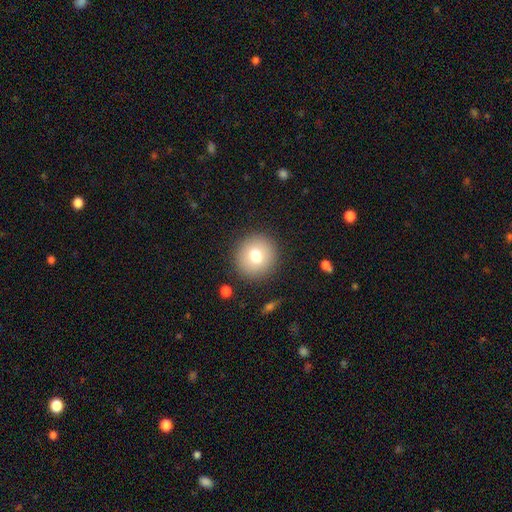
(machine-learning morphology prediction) The model was most divided on "smooth or featured": smooth: 74%, featured or disk: 15%, star or artifact: 10%. More confident: how rounded — round (92%); merging — none (89%).